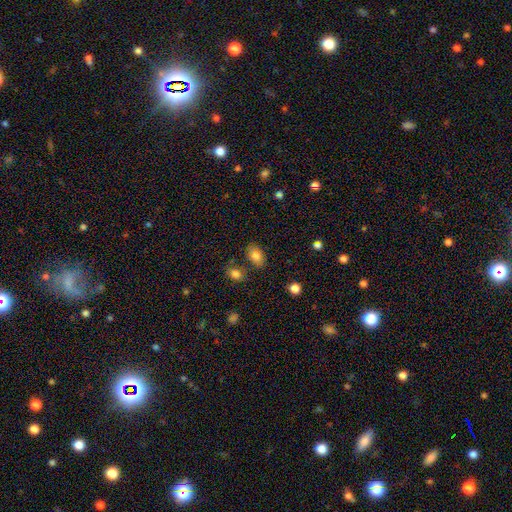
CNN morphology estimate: Q: Smooth or featured?
A: smooth (81%); runner-up: featured or disk (10%)
Q: How rounded?
A: in between (86%); runner-up: round (12%)
Q: Merging?
A: none (77%); runner-up: minor disturbance (13%)